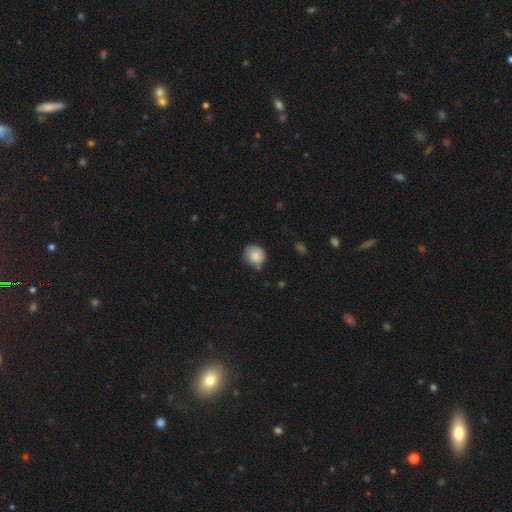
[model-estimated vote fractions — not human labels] Morphology: type=smooth (83%); roundness=round (76%); merging=none (60%).